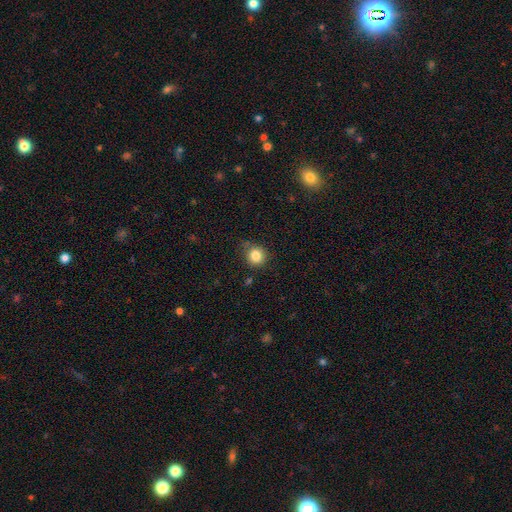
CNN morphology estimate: The model was most divided on "merging": none: 79%, minor disturbance: 15%, major disturbance: 4%, merger: 2%. More confident: how rounded — round (86%); smooth or featured — smooth (83%).